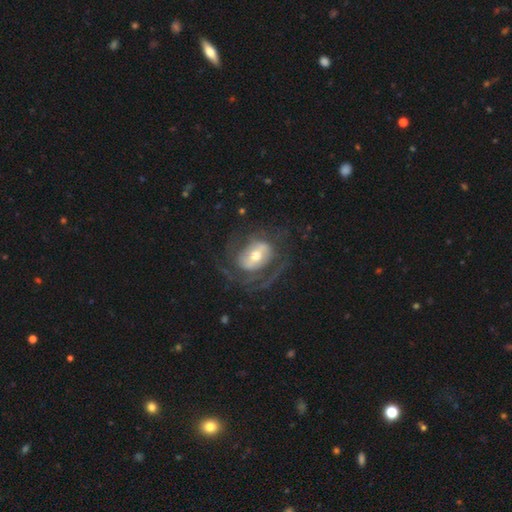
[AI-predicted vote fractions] The model was most divided on "bar": weak: 40%, strong: 32%, no: 27%. Remaining: edge-on disk — no (96%); spiral arms — yes (84%); smooth or featured — featured or disk (80%); bulge size — moderate (67%); merging — none (56%); spiral arm count — 2 (47%); spiral winding — medium (42%).